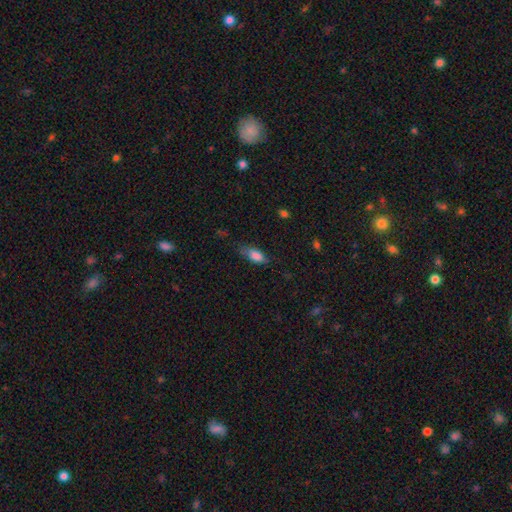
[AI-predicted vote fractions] smooth 82%, featured or disk 10%, star or artifact 8%. Down the decision tree: how rounded — in between (78%); merging — none (54%).